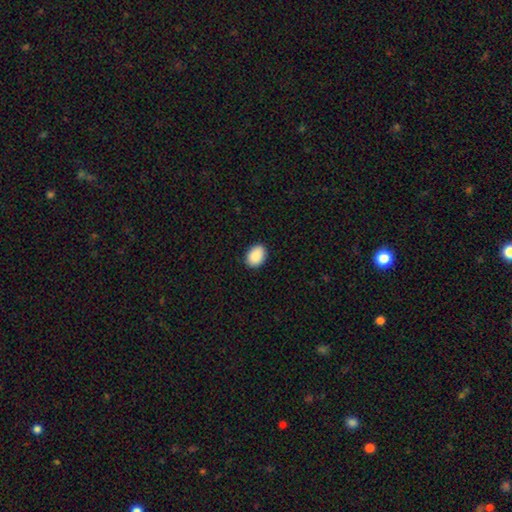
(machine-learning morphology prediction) Overall: smooth (90%). How rounded: in between (78%). Merging: none (88%).